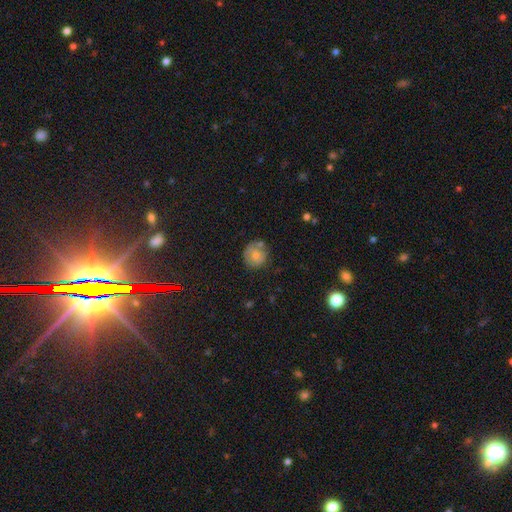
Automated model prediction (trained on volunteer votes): This appears to be a smooth galaxy with no disk features (65%) that is round (87%). Merging: none (62%).